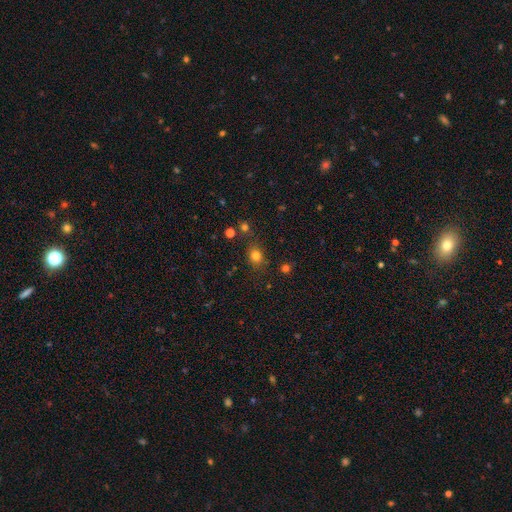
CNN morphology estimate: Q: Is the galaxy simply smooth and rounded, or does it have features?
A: smooth — 78%.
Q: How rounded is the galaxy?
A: round — 69%.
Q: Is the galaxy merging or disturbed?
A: none — 78%.